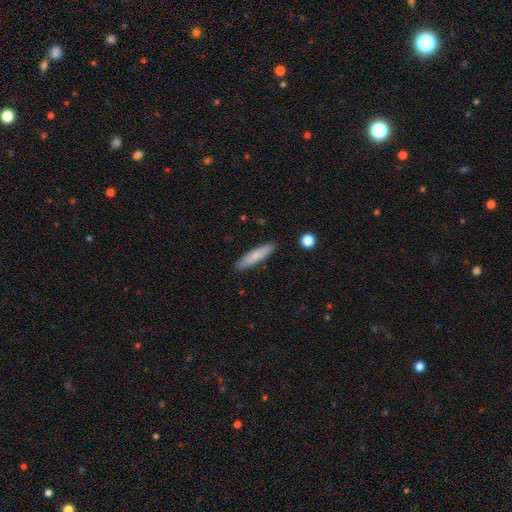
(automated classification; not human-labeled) Smooth or featured?
  - smooth: 78% *
  - featured or disk: 15%
  - star or artifact: 6%
How rounded?
  - cigar-shaped: 81% *
  - in between: 18%
  - round: 1%
Merging?
  - none: 88% *
  - minor disturbance: 9%
  - major disturbance: 2%
  - merger: 1%